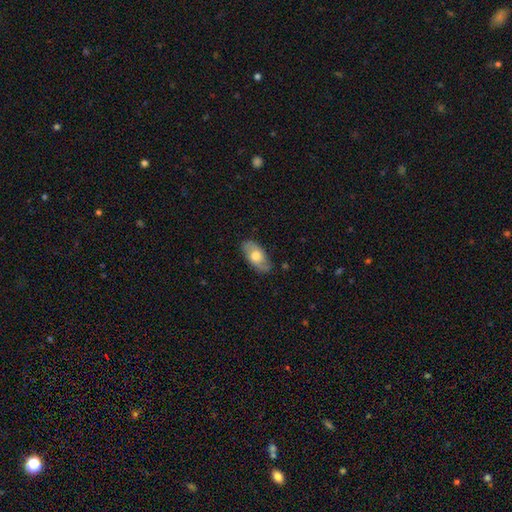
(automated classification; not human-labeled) A smooth galaxy with no disk features (51%) that is in between round and cigar-shaped (91%).

Vote fractions:
- Smooth or featured? smooth: 51% / featured or disk: 43% / star or artifact: 6%
- How rounded? in between: 91% / round: 5% / cigar-shaped: 4%
- Merging? none: 78% / minor disturbance: 17% / major disturbance: 4% / merger: 1%